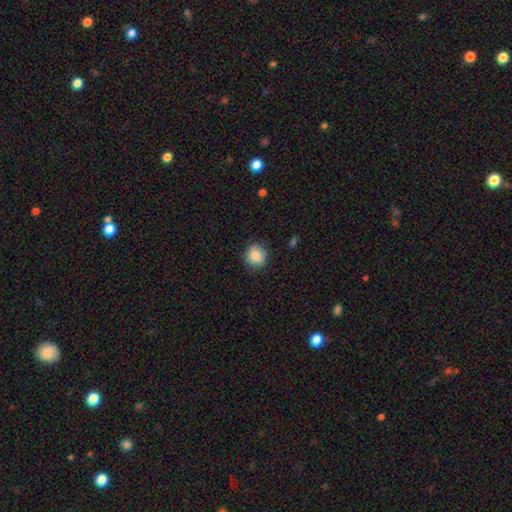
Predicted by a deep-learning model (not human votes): This is clearly a smooth galaxy (87%). How rounded: clearly round (88%). Merging: clearly none (84%).